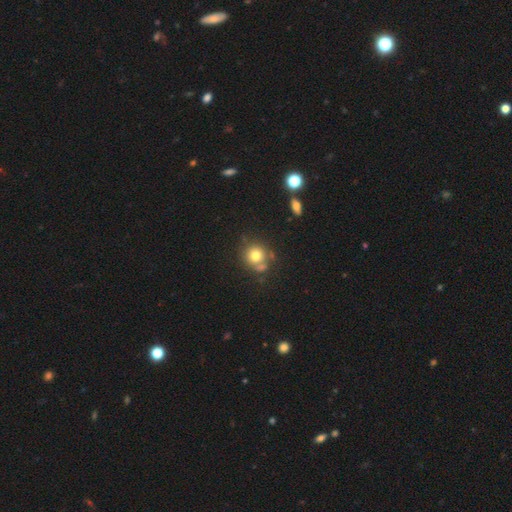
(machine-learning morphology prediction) This is likely a smooth galaxy (76%). How rounded: clearly round (89%). Merging: likely none (64%).